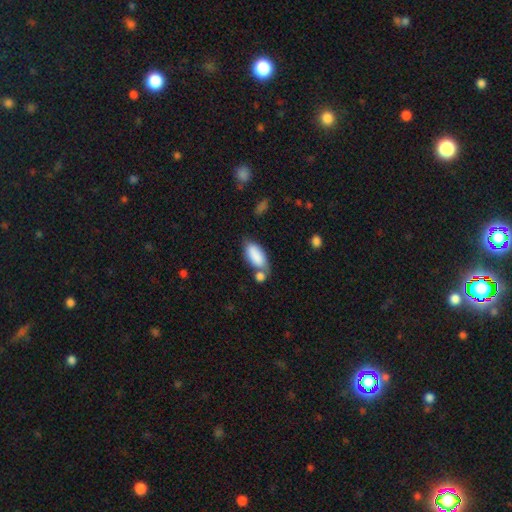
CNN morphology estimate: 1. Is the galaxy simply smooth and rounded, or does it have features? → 85% smooth, 8% featured or disk, 7% star or artifact.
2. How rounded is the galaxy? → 89% in between, 8% cigar-shaped, 2% round.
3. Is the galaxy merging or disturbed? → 46% none, 29% merger, 18% minor disturbance, 7% major disturbance.